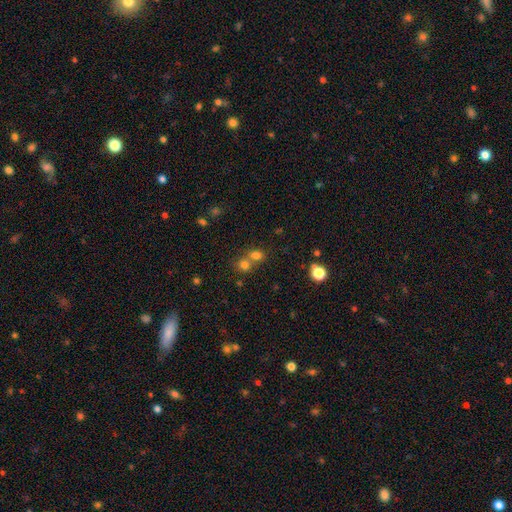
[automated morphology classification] A smooth galaxy with no disk features (73%) that is round (69%). Merging: merger (51%).